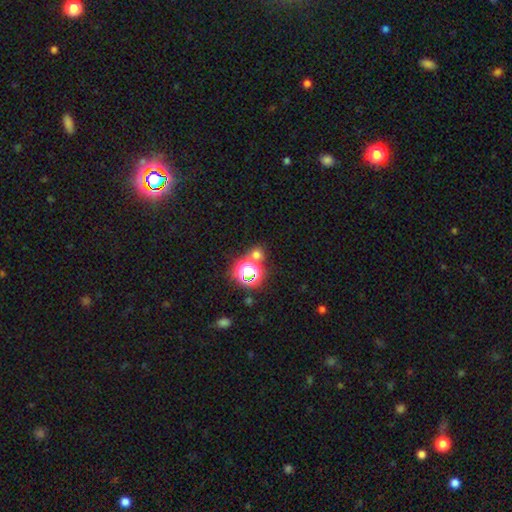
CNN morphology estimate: Smooth or featured? Predicted: smooth (p=0.57). How rounded? Predicted: round (p=0.83). Merging? Predicted: none (p=0.65).